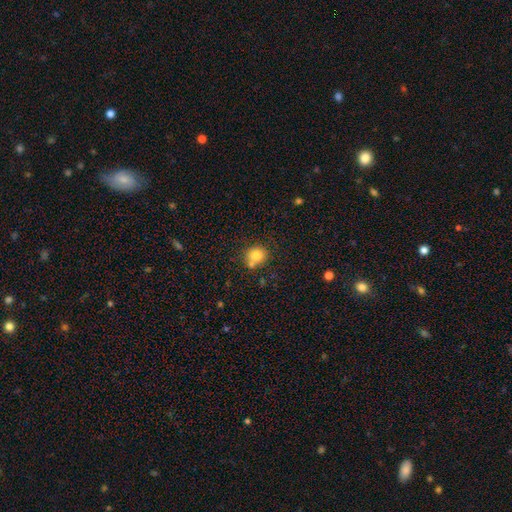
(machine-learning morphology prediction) Smooth or featured: smooth — 80% (star or artifact — 11%)
How rounded: round — 81% (in between — 18%)
Merging: none — 66% (merger — 19%)